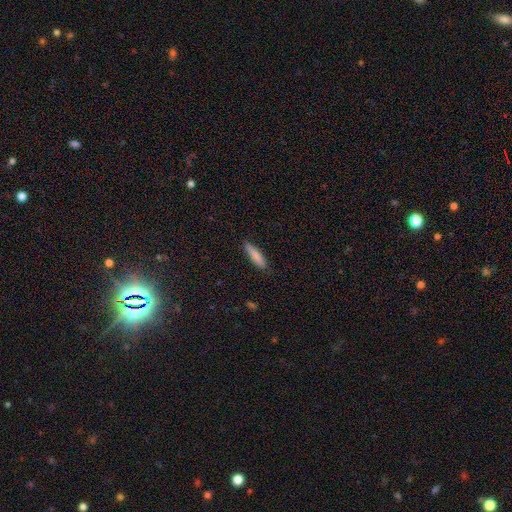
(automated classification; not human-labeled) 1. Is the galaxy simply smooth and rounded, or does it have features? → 83% smooth, 11% featured or disk, 6% star or artifact.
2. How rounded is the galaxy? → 81% cigar-shaped, 18% in between, 1% round.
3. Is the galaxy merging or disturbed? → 85% none, 11% minor disturbance, 2% major disturbance, 1% merger.